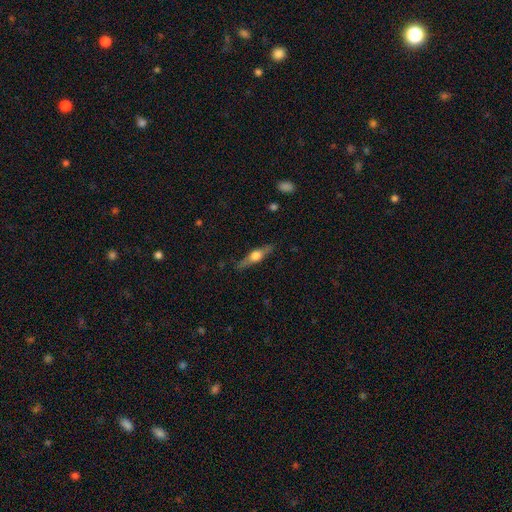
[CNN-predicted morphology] The model was most divided on "smooth or featured": featured or disk: 65%, smooth: 29%, star or artifact: 6%. More confident: edge-on disk — yes (96%); edge-on bulge — rounded (93%); merging — none (85%).